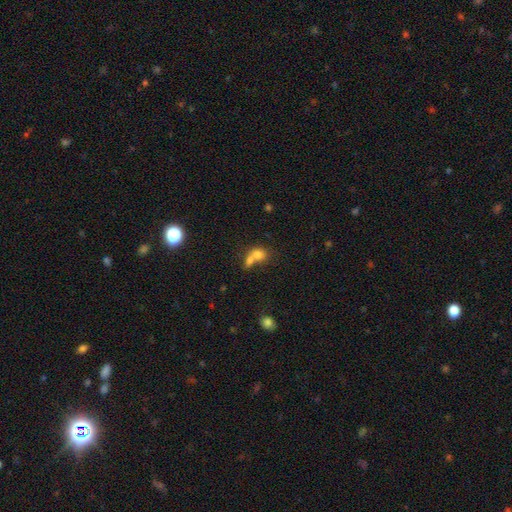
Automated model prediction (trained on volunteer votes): Smooth or featured? smooth (74%)
How rounded? round (49%, tied with in between)
Merging? merger (65%)